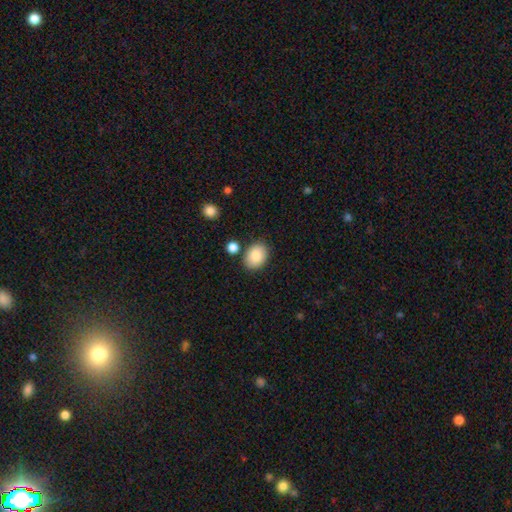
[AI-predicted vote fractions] Smooth or featured: smooth — 86% (star or artifact — 7%)
How rounded: in between — 72% (round — 27%)
Merging: none — 82% (minor disturbance — 11%)